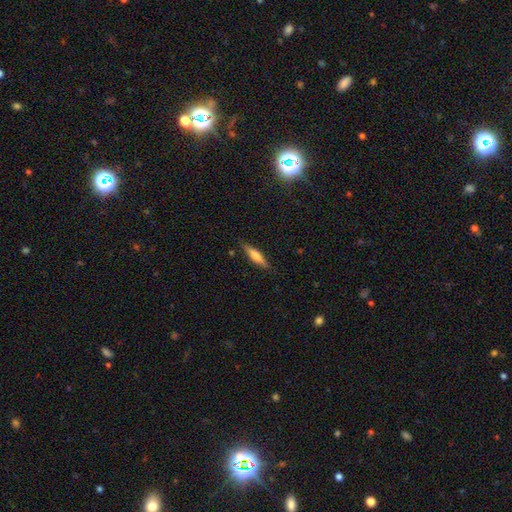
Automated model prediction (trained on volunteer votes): This appears to be a smooth galaxy with no disk features (57%) that is cigar-shaped (79%). Merging: none (85%).